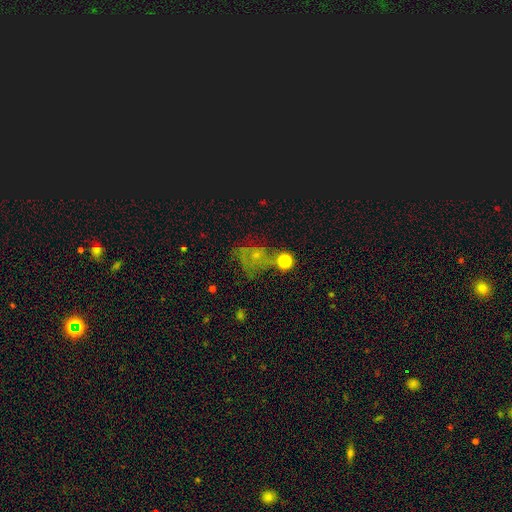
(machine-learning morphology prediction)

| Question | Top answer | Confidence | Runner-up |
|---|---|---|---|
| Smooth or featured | star or artifact | 37% | smooth (32%) |